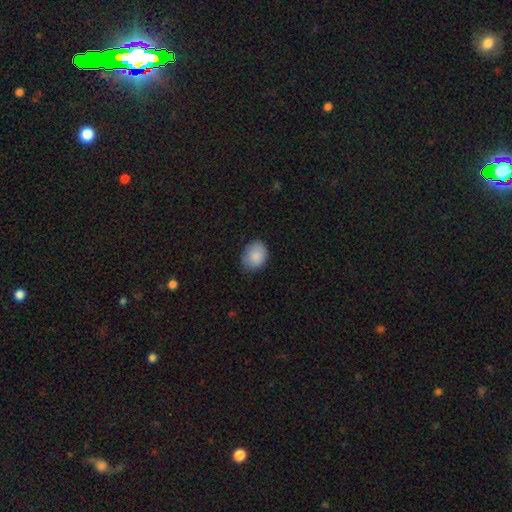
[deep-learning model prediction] smooth 87%, star or artifact 7%, featured or disk 6%. Down the decision tree: how rounded — in between (60%); merging — none (74%).